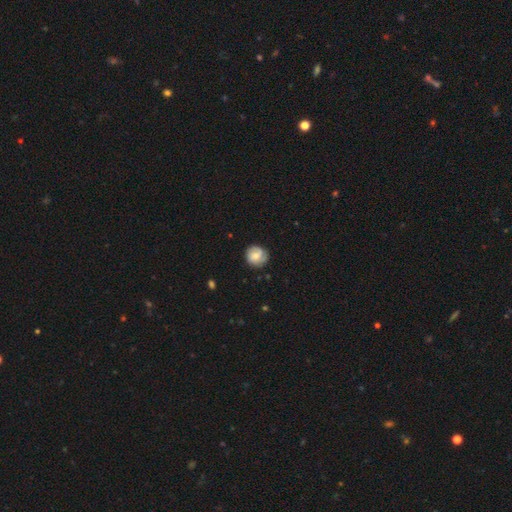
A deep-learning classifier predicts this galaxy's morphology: Smooth or featured? Predicted: smooth (p=0.63). How rounded? Predicted: round (p=0.89). Merging? Predicted: none (p=0.76).